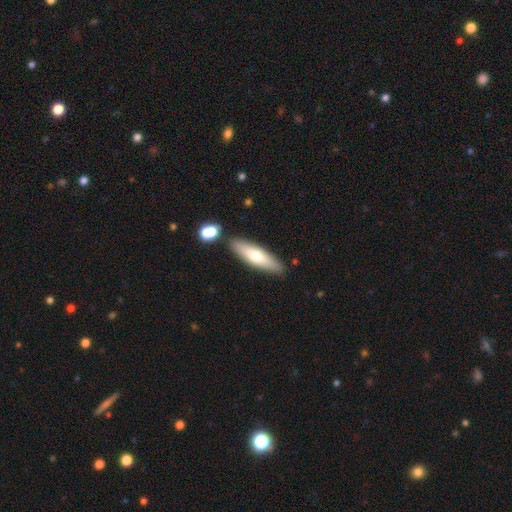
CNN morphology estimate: The model was most divided on "smooth or featured": smooth: 63%, featured or disk: 31%, star or artifact: 6%. More confident: merging — none (84%); how rounded — cigar-shaped (66%).